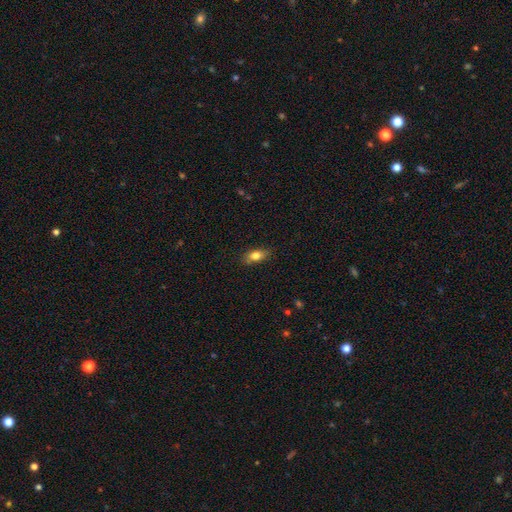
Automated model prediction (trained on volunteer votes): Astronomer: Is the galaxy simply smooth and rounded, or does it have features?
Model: smooth — 79%.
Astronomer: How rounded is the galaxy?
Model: in between — 82%.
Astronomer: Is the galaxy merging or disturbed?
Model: none — 82%.